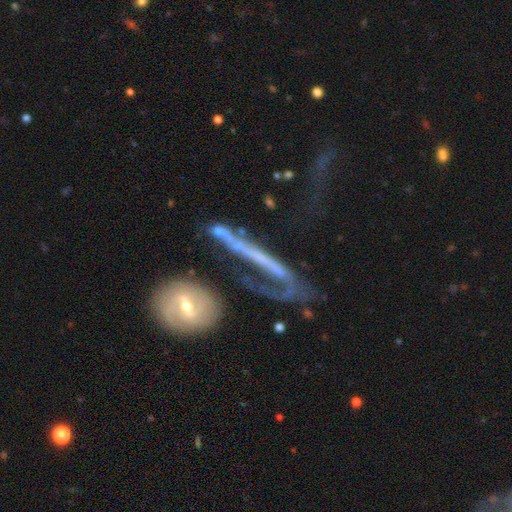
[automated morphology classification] smooth_or_featured: featured or disk (p=0.64) [alt: smooth p=0.26]
disk_edge_on: no (p=0.56) [alt: yes p=0.44]
merging: major disturbance (p=0.39) [alt: none p=0.27]